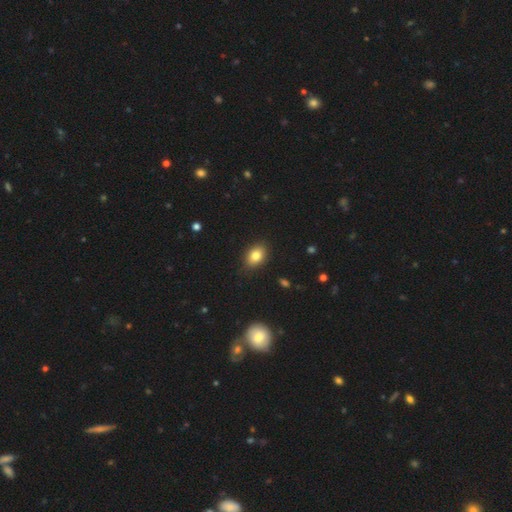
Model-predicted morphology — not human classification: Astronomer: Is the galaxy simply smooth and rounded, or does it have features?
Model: smooth — 82%.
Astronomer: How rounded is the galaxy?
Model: in between — 76%.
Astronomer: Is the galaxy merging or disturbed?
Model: none — 86%.